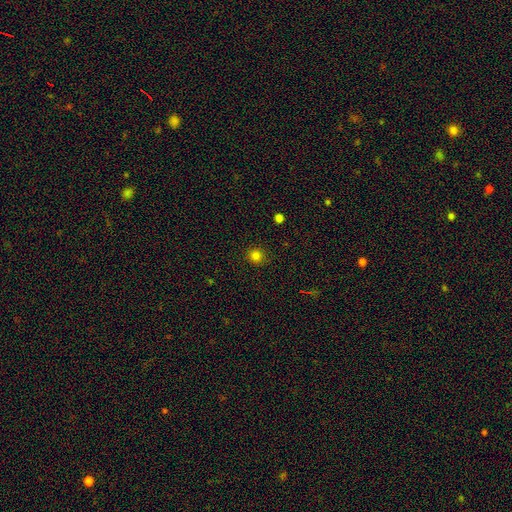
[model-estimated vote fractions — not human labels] smooth_or_featured: smooth (p=0.80) [alt: star or artifact p=0.15]
how_rounded: round (p=0.93) [alt: in between p=0.06]
merging: none (p=0.91) [alt: minor disturbance p=0.06]